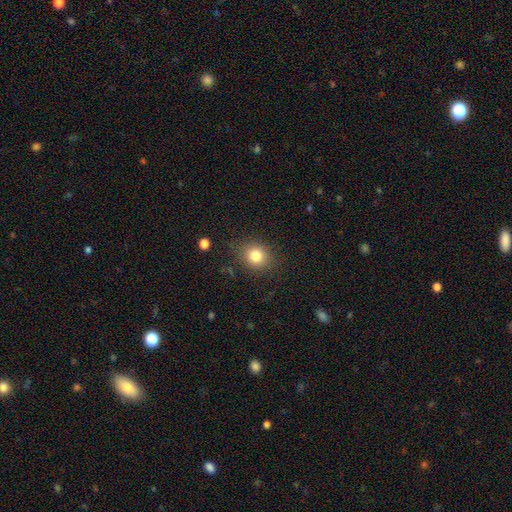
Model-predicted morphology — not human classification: smooth-or-featured: smooth: 80% | star or artifact: 12% | featured or disk: 8%
  how-rounded: round: 73% | in between: 26% | cigar-shaped: 1%
  merging: none: 84% | minor disturbance: 11% | major disturbance: 4% | merger: 1%